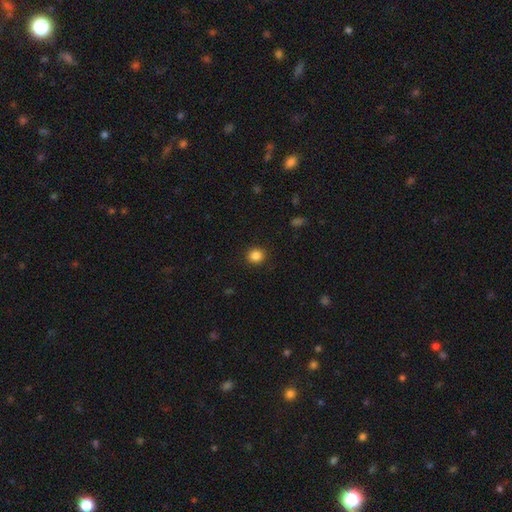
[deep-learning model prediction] This appears to be a smooth galaxy with no disk features (85%) that is round (88%). Merging: none (91%).